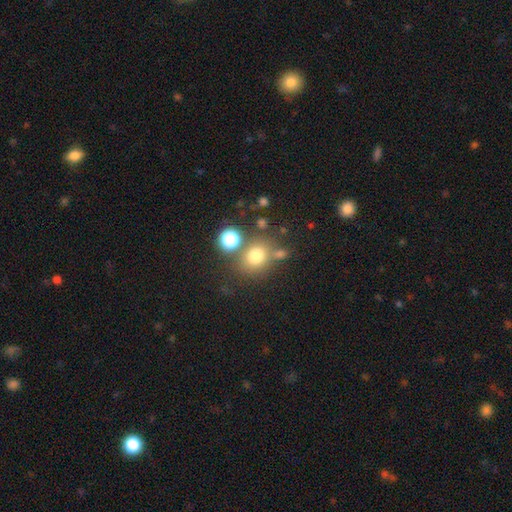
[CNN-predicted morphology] smooth_or_featured: smooth (p=0.73) [alt: star or artifact p=0.17]
how_rounded: round (p=0.71) [alt: in between p=0.27]
merging: none (p=0.66) [alt: merger p=0.15]